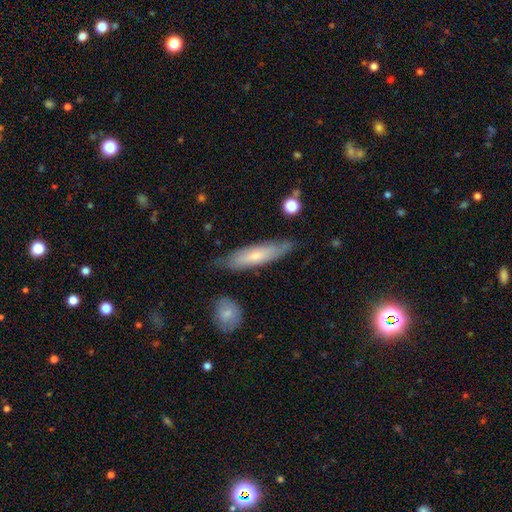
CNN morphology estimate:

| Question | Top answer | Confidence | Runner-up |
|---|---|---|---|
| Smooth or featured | smooth | 60% | featured or disk (34%) |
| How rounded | cigar-shaped | 68% | in between (30%) |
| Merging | none | 71% | minor disturbance (22%) |